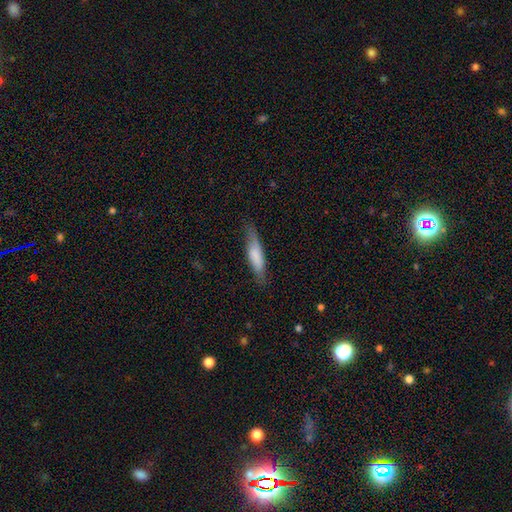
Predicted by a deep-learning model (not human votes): Overall: smooth (71%). How rounded: cigar-shaped (74%). Merging: none (72%).